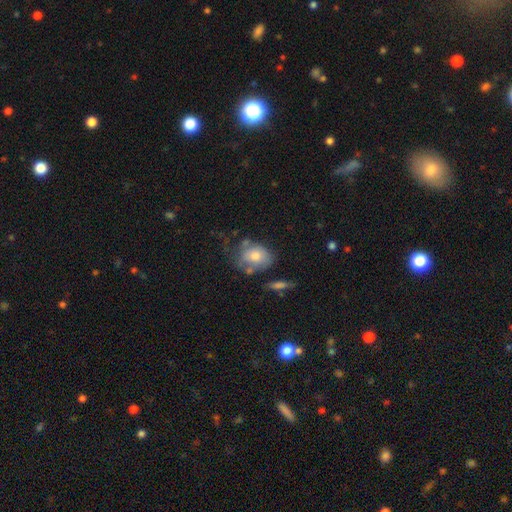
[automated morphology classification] Q: Smooth or featured?
A: smooth (66%); runner-up: featured or disk (26%)
Q: How rounded?
A: in between (56%); runner-up: round (42%)
Q: Merging?
A: none (38%); runner-up: minor disturbance (29%)